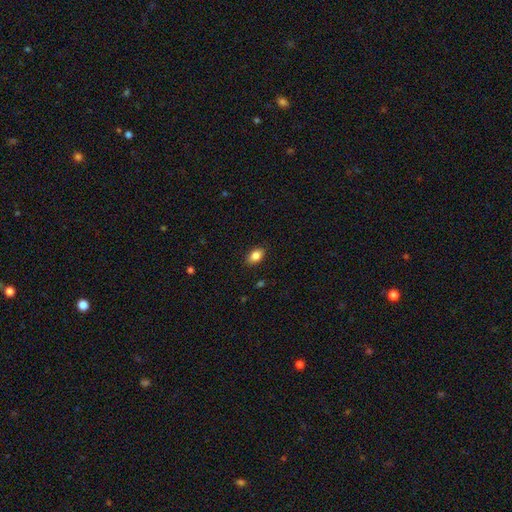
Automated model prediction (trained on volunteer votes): smooth 84%, star or artifact 8%, featured or disk 7%. Down the decision tree: how rounded — in between (87%); merging — none (87%).